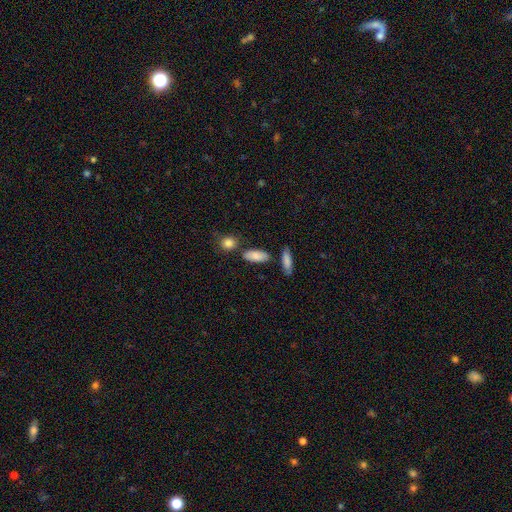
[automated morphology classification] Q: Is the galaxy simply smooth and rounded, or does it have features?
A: smooth — 81%.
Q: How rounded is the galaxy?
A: in between — 74%.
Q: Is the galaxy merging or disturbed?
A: none — 74%.